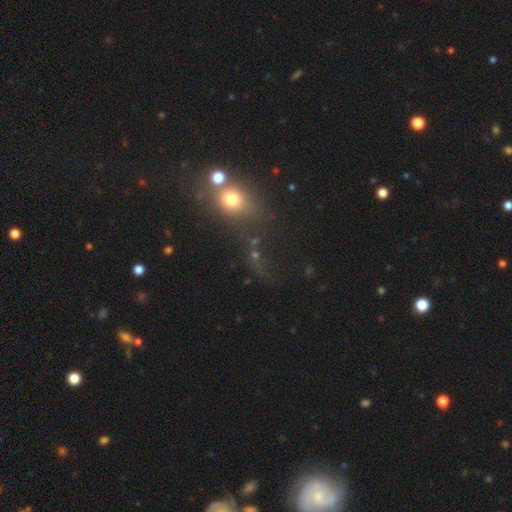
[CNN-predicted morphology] smooth 47%, star or artifact 40%, featured or disk 13%. Down the decision tree: merging — none (54%).